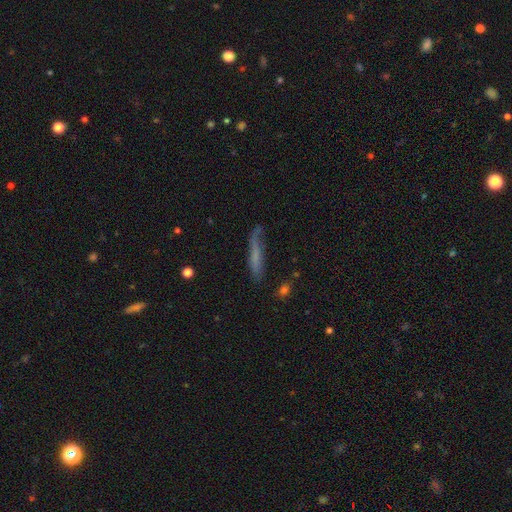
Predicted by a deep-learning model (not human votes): Smooth or featured? smooth (56%)
How rounded? cigar-shaped (89%)
Merging? none (58%)